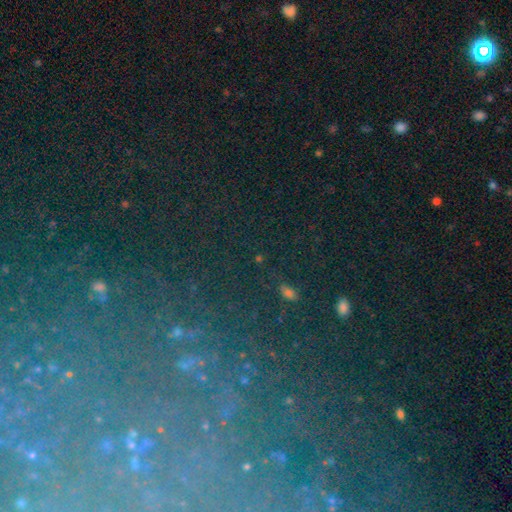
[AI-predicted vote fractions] smooth_or_featured: star or artifact (p=0.62) [alt: featured or disk p=0.20]